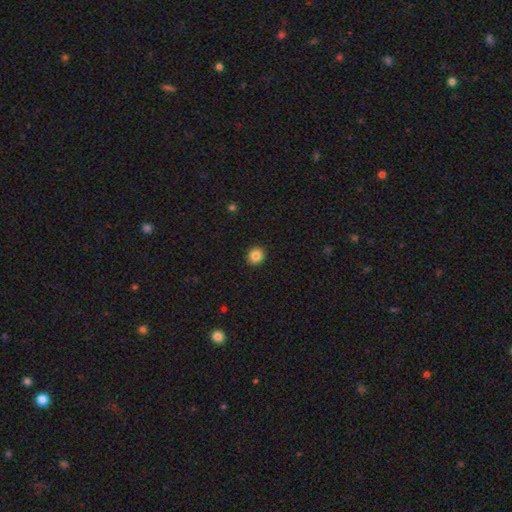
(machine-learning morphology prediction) Smooth or featured? Predicted: smooth (p=0.85). How rounded? Predicted: round (p=0.84). Merging? Predicted: none (p=0.93).